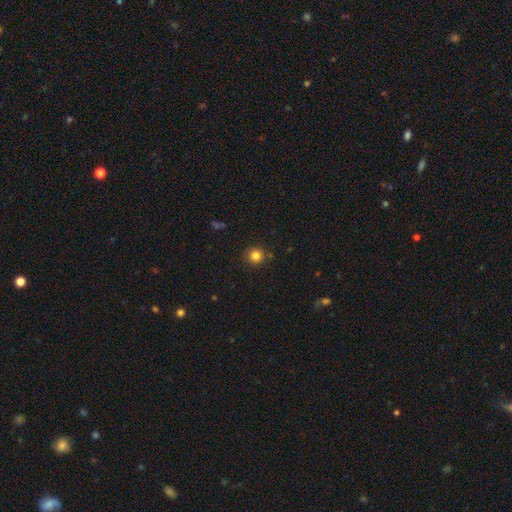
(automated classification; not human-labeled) Smooth or featured?
  - smooth: 82% *
  - star or artifact: 12%
  - featured or disk: 5%
How rounded?
  - round: 93% *
  - in between: 6%
  - cigar-shaped: 1%
Merging?
  - none: 87% *
  - minor disturbance: 8%
  - merger: 3%
  - major disturbance: 2%